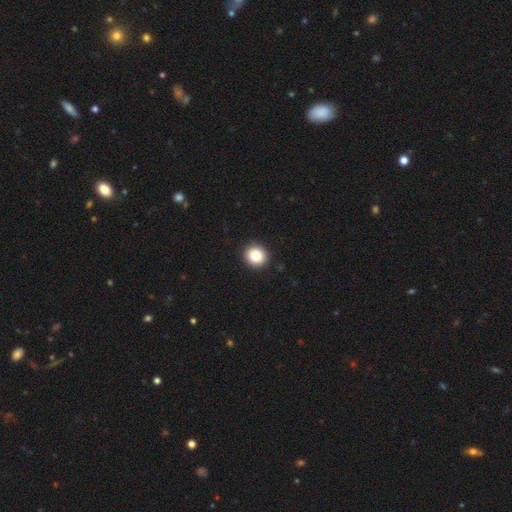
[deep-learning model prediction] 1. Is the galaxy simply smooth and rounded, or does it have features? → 84% smooth, 9% star or artifact, 6% featured or disk.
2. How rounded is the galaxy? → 89% round, 10% in between, 1% cigar-shaped.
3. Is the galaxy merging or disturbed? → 92% none, 5% minor disturbance, 2% major disturbance, 1% merger.